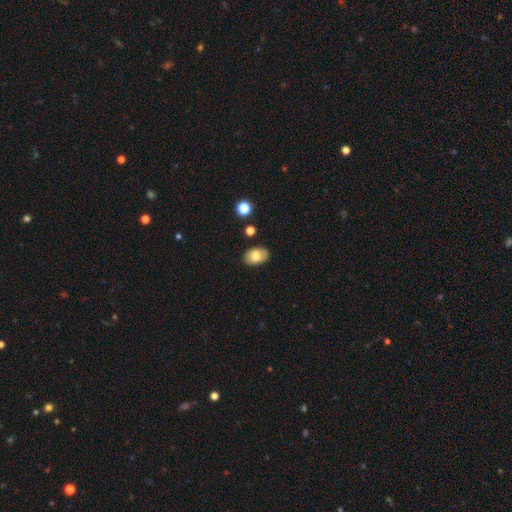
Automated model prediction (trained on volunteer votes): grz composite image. It shows a smooth galaxy with no disk features (74%) that is in between round and cigar-shaped (88%). Merging: none (82%).